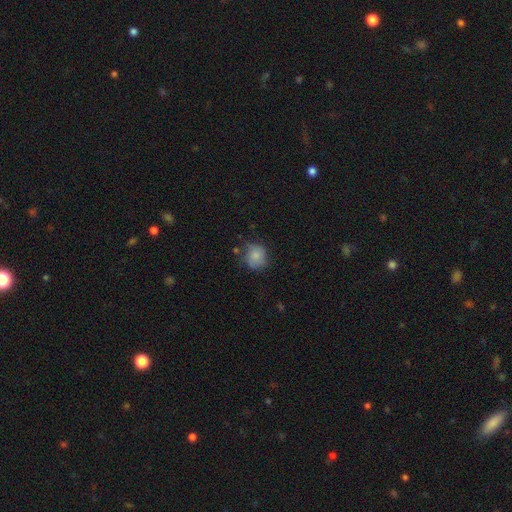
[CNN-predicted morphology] Smooth or featured? Predicted: smooth (p=0.77). How rounded? Predicted: round (p=0.80). Merging? Predicted: none (p=0.62).